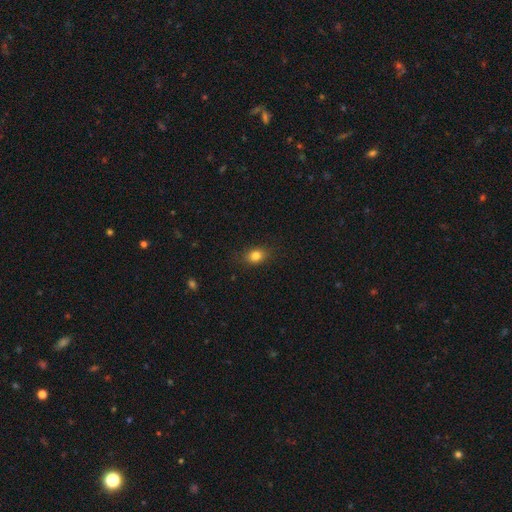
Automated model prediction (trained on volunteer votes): A smooth galaxy with no disk features (83%) that is in between round and cigar-shaped (65%). Merging: none (85%).